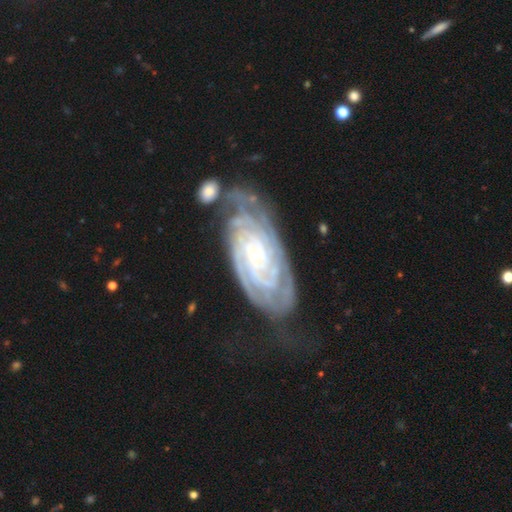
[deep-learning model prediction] A featured or disk galaxy (89%) with no bar (70%), tight (84%) spiral arms (98%) and a small central bulge (80%). Merging: none (54%).